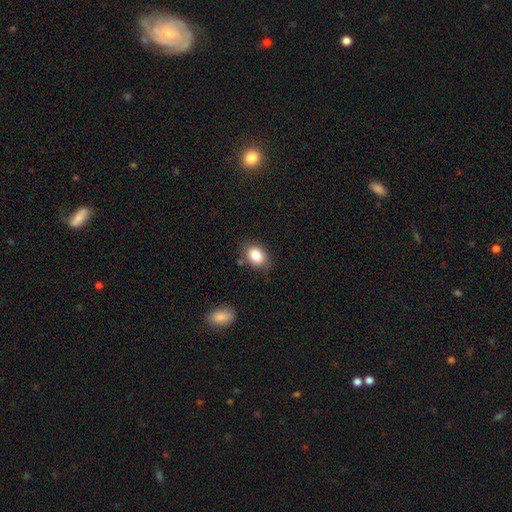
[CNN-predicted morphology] The model was most divided on "how rounded": in between: 76%, round: 23%, cigar-shaped: 1%. More confident: smooth or featured — smooth (84%); merging — none (75%).